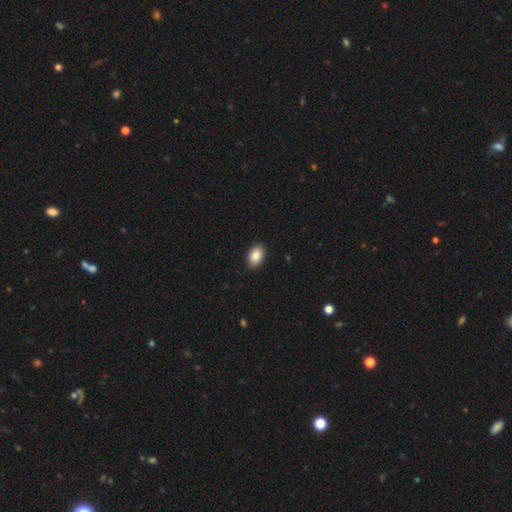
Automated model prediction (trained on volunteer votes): Overall: smooth (87%). How rounded: in between (88%). Merging: none (91%).